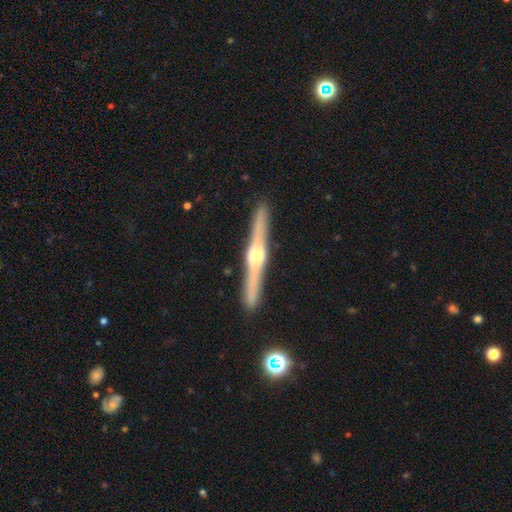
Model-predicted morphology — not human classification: This is clearly a featured or disk galaxy (82%). It is clearly viewed edge-on (98%). Edge-on bulge: clearly rounded (91%). Merging: clearly none (92%).